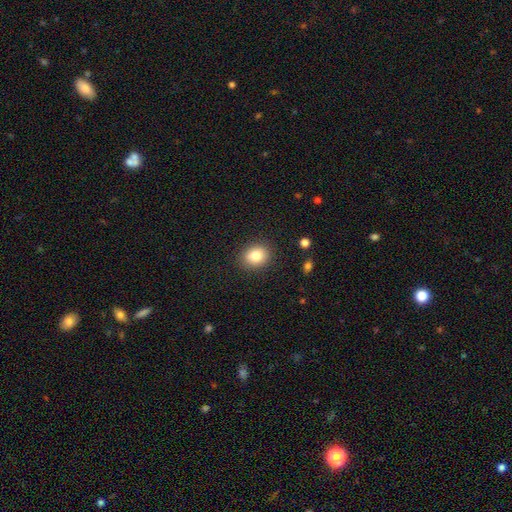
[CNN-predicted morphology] The model was most divided on "how rounded": round: 60%, in between: 39%, cigar-shaped: 1%. More confident: merging — none (89%); smooth or featured — smooth (81%).